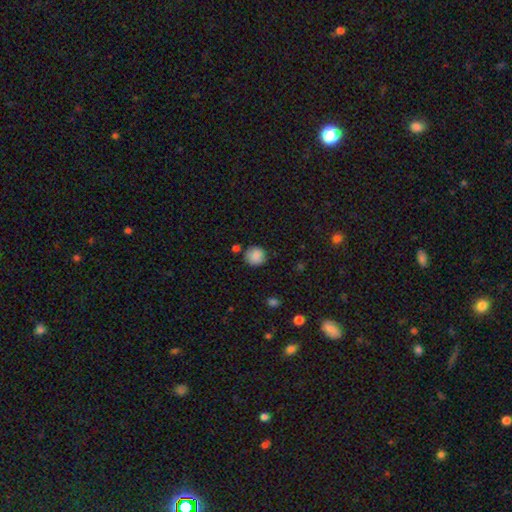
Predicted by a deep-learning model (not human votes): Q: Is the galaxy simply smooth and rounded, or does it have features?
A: smooth — 87%.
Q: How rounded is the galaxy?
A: round — 91%.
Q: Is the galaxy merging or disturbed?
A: none — 82%.